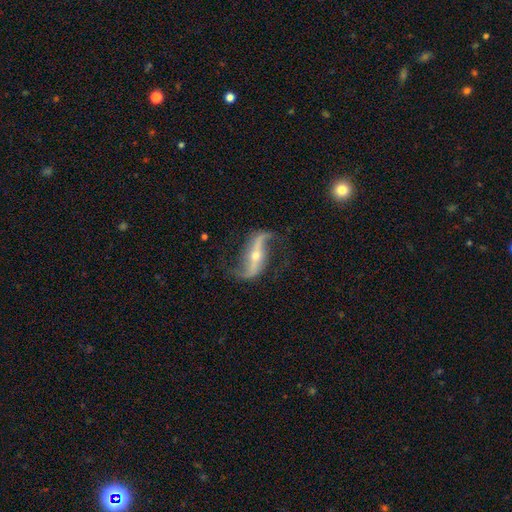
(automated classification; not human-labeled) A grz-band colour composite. It shows a featured or disk galaxy (91%) with a strong bar (60%), 2 (94%) loose (85%) spiral arms (96%) and a small central bulge (60%). Merging: none (78%).